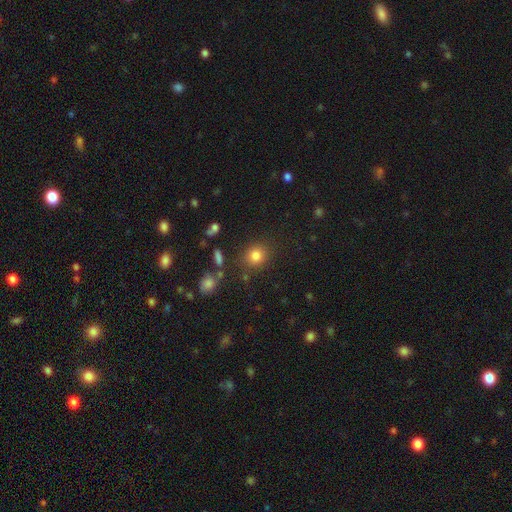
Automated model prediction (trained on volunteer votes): Smooth or featured? Predicted: smooth (p=0.81). How rounded? Predicted: round (p=0.81). Merging? Predicted: none (p=0.81).